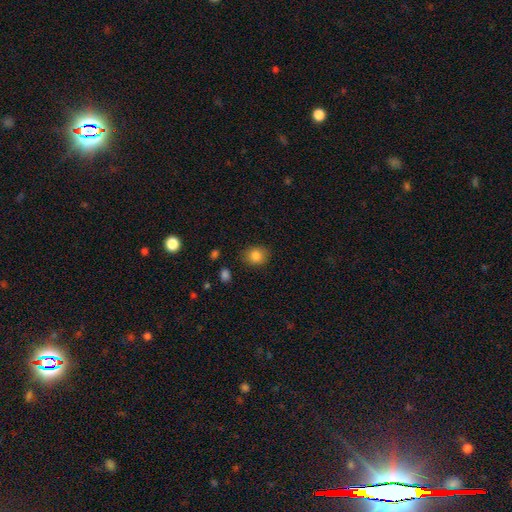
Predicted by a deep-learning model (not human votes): A smooth galaxy with no disk features (84%) that is round (62%).

Vote fractions:
- Smooth or featured? smooth: 84% / star or artifact: 10% / featured or disk: 6%
- How rounded? round: 62% / in between: 37% / cigar-shaped: 1%
- Merging? none: 84% / minor disturbance: 12% / major disturbance: 3% / merger: 2%